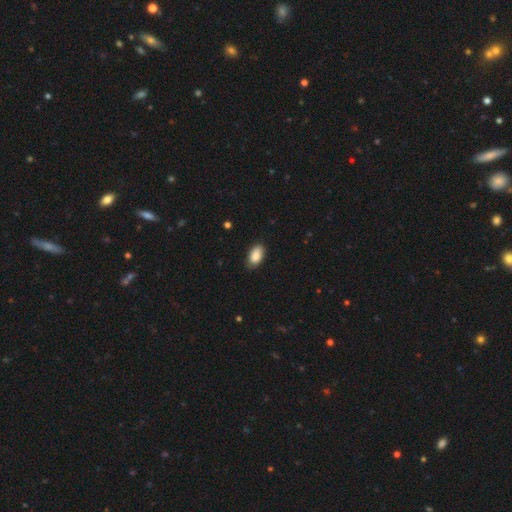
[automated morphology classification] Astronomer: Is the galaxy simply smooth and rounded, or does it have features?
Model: smooth — 87%.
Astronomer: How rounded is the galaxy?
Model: in between — 93%.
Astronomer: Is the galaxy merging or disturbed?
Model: none — 80%.